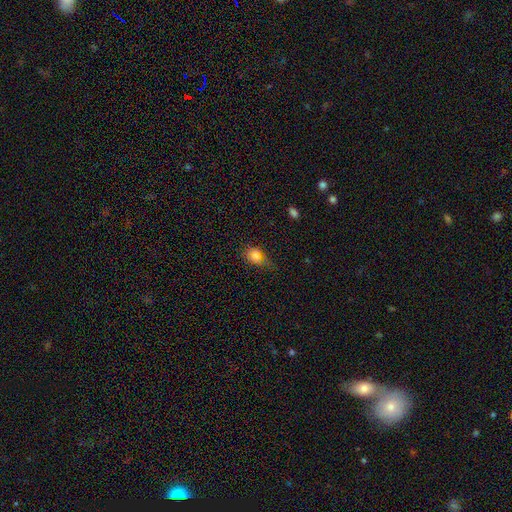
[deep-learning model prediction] A smooth galaxy with no disk features (81%) that is in between round and cigar-shaped (63%). Merging: none (45%).